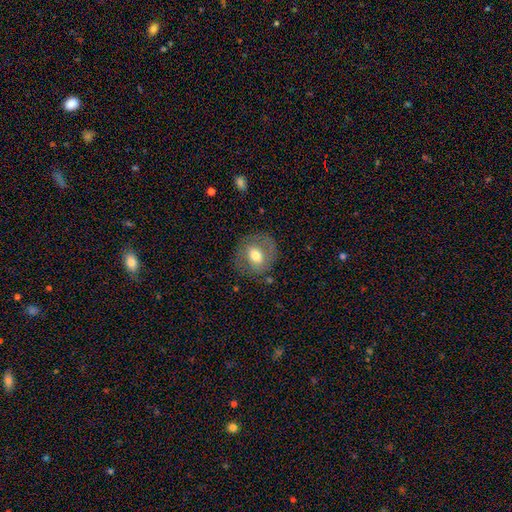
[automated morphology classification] smooth_or_featured: smooth (p=0.57) [alt: featured or disk p=0.35]
how_rounded: round (p=0.74) [alt: in between p=0.25]
merging: none (p=0.78) [alt: minor disturbance p=0.14]